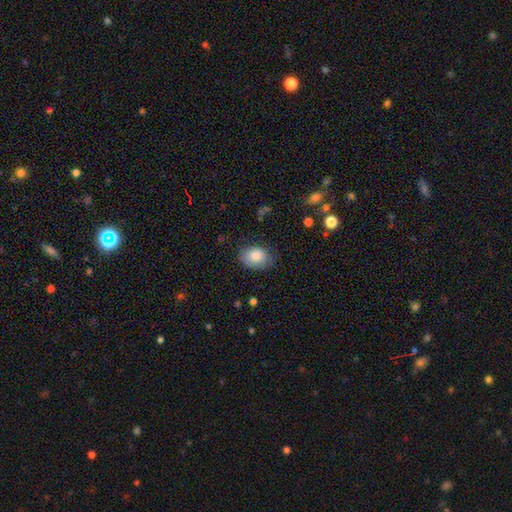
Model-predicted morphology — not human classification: A smooth galaxy with no disk features (84%) that is in between round and cigar-shaped (79%). Merging: none (70%).